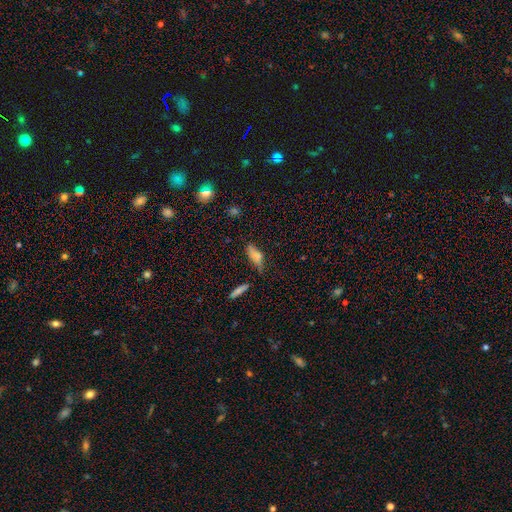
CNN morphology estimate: This is likely a smooth galaxy (66%). How rounded: possibly in between (57%). Merging: possibly none (54%).